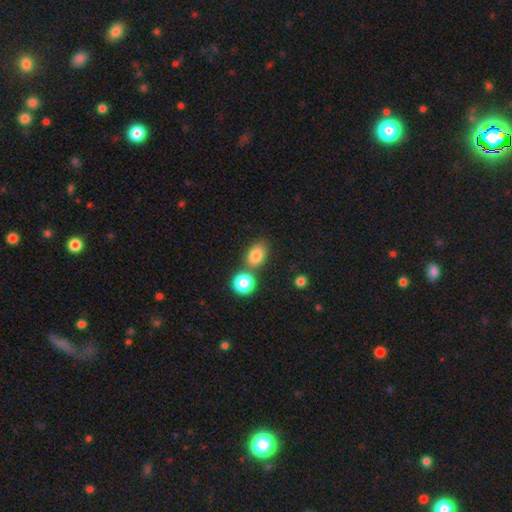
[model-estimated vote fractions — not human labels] Smooth or featured? Predicted: smooth (p=0.81). How rounded? Predicted: in between (p=0.71). Merging? Predicted: none (p=0.62).